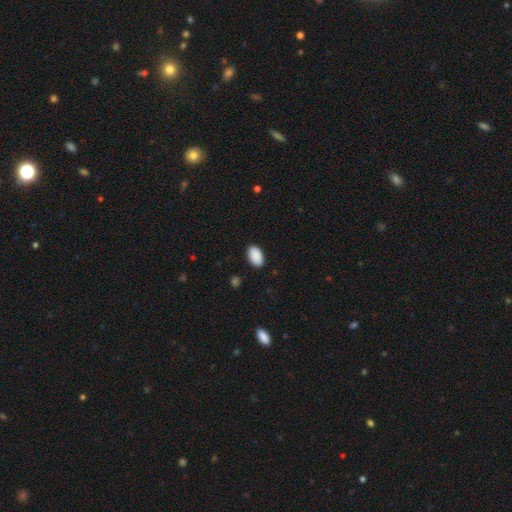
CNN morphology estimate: Overall: smooth (91%). How rounded: in between (94%). Merging: none (89%).